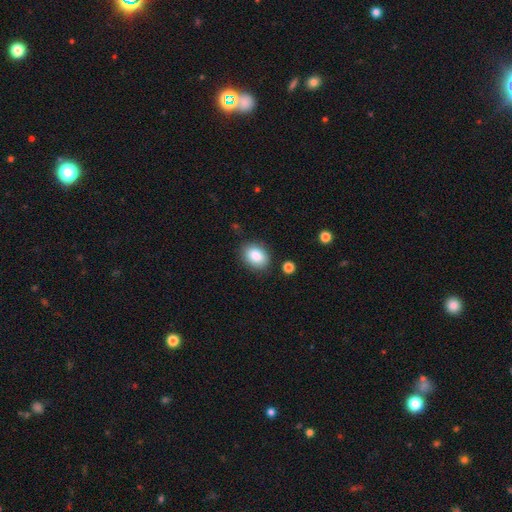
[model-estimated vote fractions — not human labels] Morphology: type=smooth (87%); roundness=in between (70%); merging=none (83%).